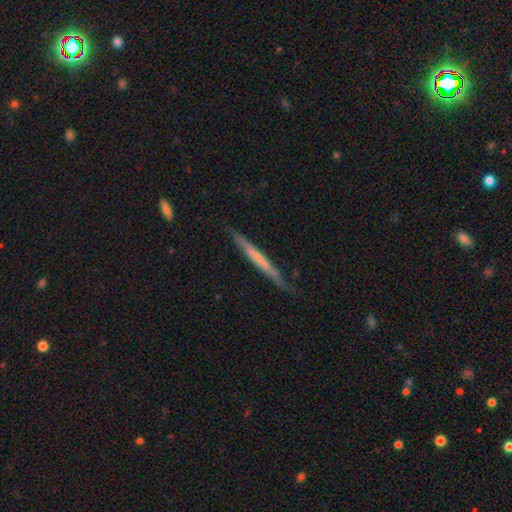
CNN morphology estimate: Q: Smooth or featured?
A: featured or disk (53%); runner-up: smooth (42%)
Q: Edge-on disk?
A: yes (94%); runner-up: no (6%)
Q: Merging?
A: none (81%); runner-up: minor disturbance (15%)